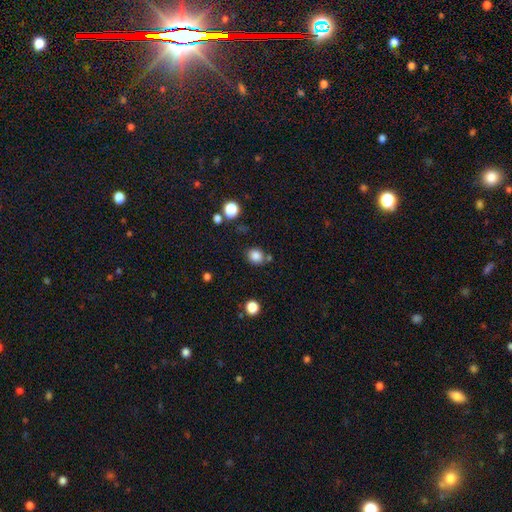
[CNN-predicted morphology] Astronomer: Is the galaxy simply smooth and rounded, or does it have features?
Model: smooth — 84%.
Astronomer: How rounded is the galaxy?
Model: round — 76%.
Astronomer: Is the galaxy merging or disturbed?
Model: none — 75%.